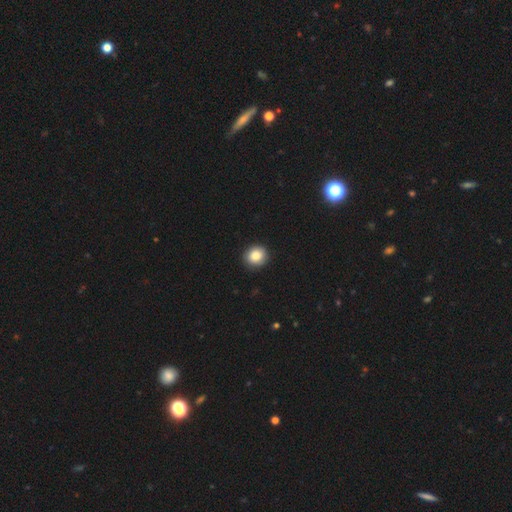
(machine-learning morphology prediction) Q: Smooth or featured?
A: smooth (86%); runner-up: star or artifact (9%)
Q: How rounded?
A: round (80%); runner-up: in between (19%)
Q: Merging?
A: none (89%); runner-up: minor disturbance (8%)